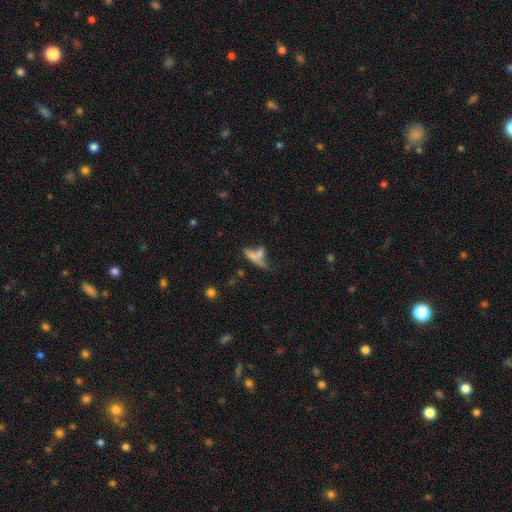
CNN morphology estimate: This appears to be a smooth galaxy with no disk features (56%) that is cigar-shaped (62%). Merging: merger (43%).